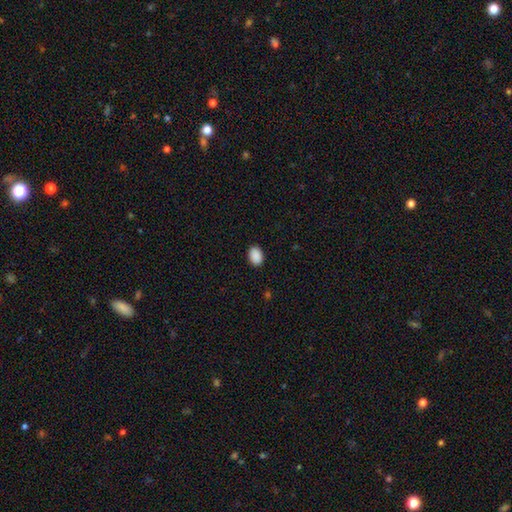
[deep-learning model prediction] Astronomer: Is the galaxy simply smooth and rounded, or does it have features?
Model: smooth — 90%.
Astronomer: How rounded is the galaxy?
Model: in between — 78%.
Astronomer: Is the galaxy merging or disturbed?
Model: none — 90%.